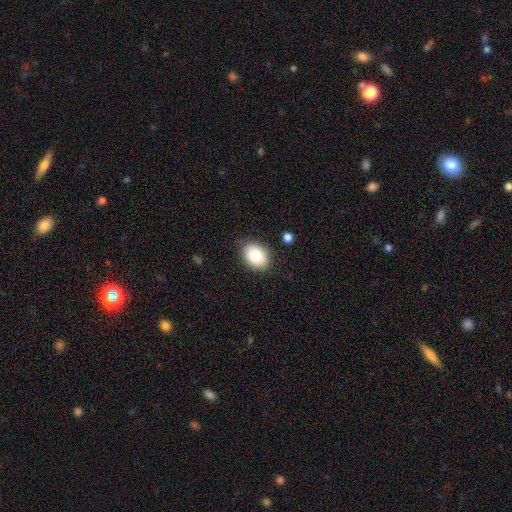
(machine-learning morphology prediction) smooth-or-featured: smooth: 86% | star or artifact: 8% | featured or disk: 7%
  how-rounded: in between: 79% | round: 20% | cigar-shaped: 1%
  merging: none: 83% | minor disturbance: 12% | major disturbance: 3% | merger: 2%